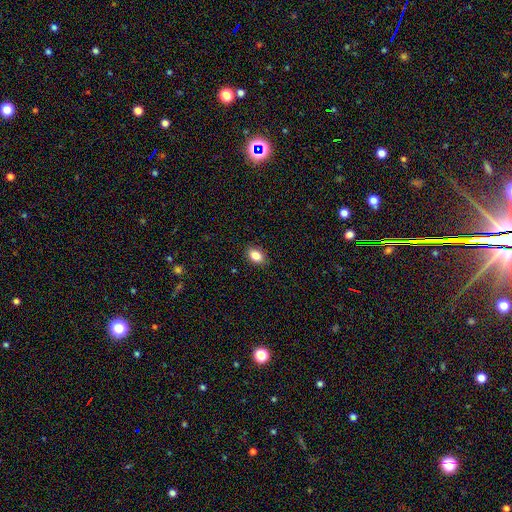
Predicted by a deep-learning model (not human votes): The model was most divided on "how rounded": in between: 87%, round: 11%, cigar-shaped: 2%. More confident: merging — none (88%); smooth or featured — smooth (86%).